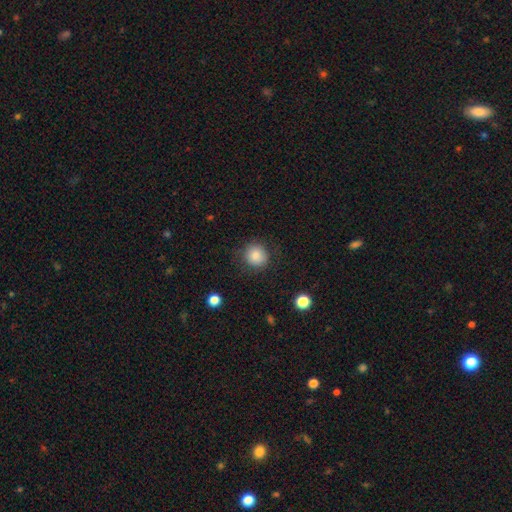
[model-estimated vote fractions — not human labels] Morphology: type=smooth (85%); roundness=round (89%); merging=none (83%).